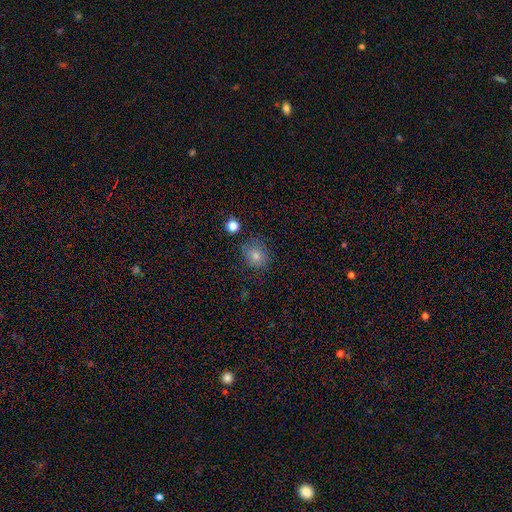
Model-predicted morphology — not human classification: The model was most divided on "smooth or featured": smooth: 75%, star or artifact: 15%, featured or disk: 9%. More confident: how rounded — round (81%); merging — none (80%).